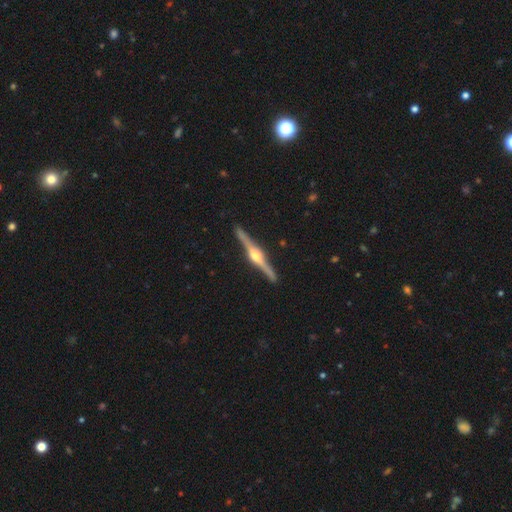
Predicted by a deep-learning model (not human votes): featured or disk 88%, smooth 8%, star or artifact 4%. Down the decision tree: edge-on disk — yes (99%); edge-on bulge — rounded (94%); merging — none (91%).